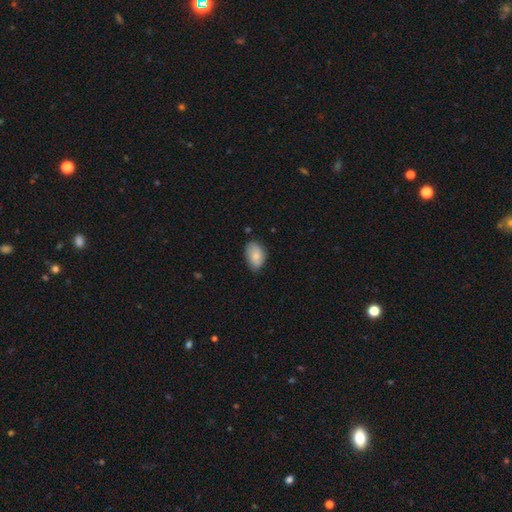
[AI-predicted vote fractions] smooth-or-featured: smooth: 80% | featured or disk: 13% | star or artifact: 7%
  how-rounded: in between: 90% | round: 9% | cigar-shaped: 1%
  merging: none: 67% | minor disturbance: 27% | major disturbance: 4% | merger: 2%